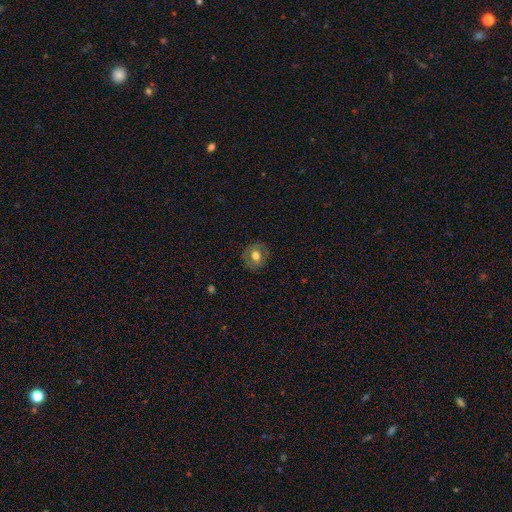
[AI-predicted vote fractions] This appears to be a smooth galaxy with no disk features (64%) that is round (77%). Merging: none (83%).